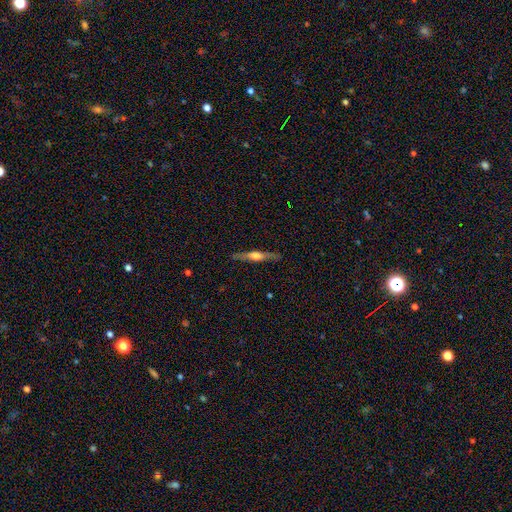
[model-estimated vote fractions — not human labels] Overall: featured or disk (60%; smooth 34%). Edge-on disk: yes (95%). Edge-on bulge: rounded (82%). Merging: none (88%).